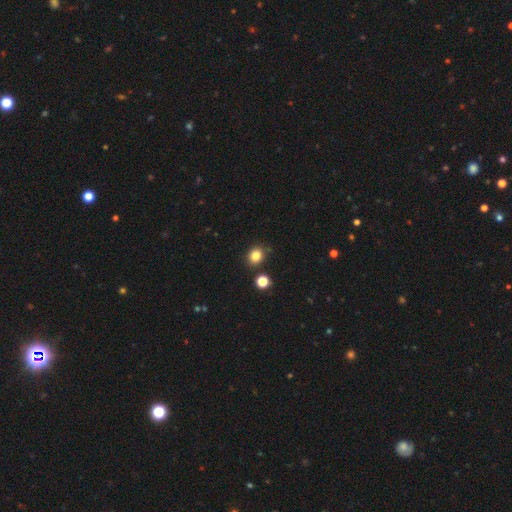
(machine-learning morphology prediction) Q: Smooth or featured?
A: smooth (82%); runner-up: star or artifact (13%)
Q: How rounded?
A: round (67%); runner-up: in between (32%)
Q: Merging?
A: none (82%); runner-up: minor disturbance (10%)